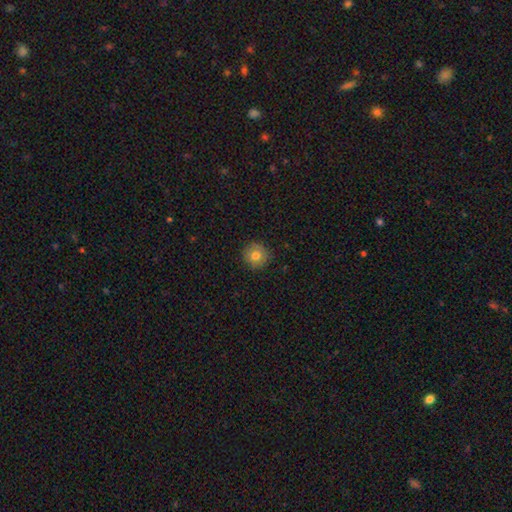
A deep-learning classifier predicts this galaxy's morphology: Smooth or featured? Predicted: smooth (p=0.79). How rounded? Predicted: round (p=0.94). Merging? Predicted: none (p=0.89).